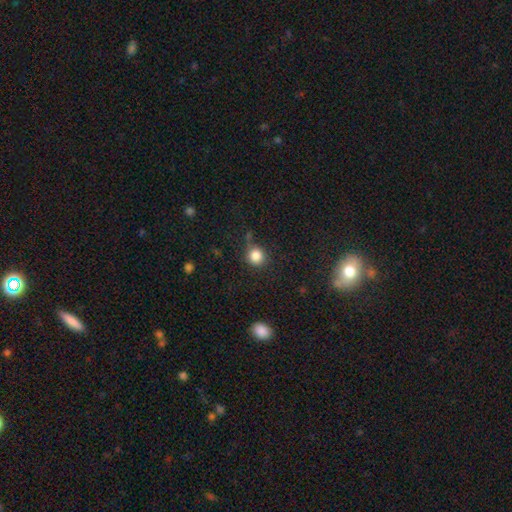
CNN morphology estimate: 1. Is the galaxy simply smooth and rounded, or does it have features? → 84% smooth, 11% star or artifact, 5% featured or disk.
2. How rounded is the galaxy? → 90% round, 9% in between, 1% cigar-shaped.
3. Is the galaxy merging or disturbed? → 72% none, 16% minor disturbance, 6% major disturbance, 6% merger.